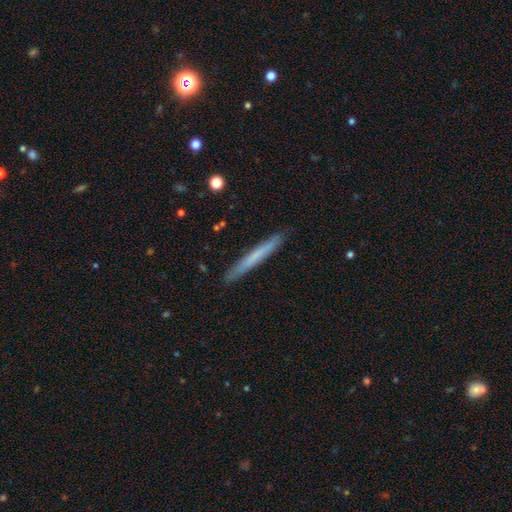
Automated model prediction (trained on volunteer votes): A smooth galaxy with no disk features (64%) that is cigar-shaped (97%). Merging: none (90%).